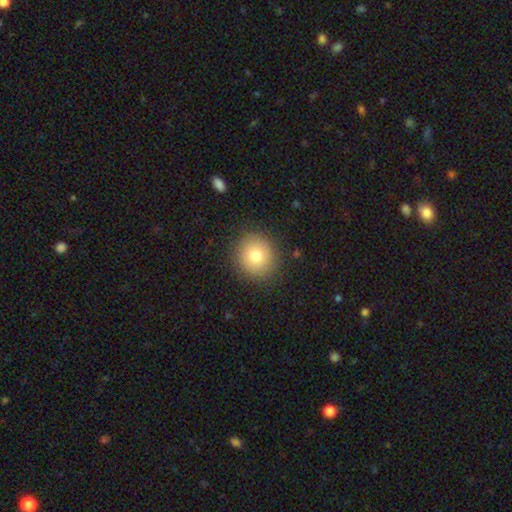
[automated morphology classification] type=smooth (78%); roundness=round (89%); merging=none (89%).